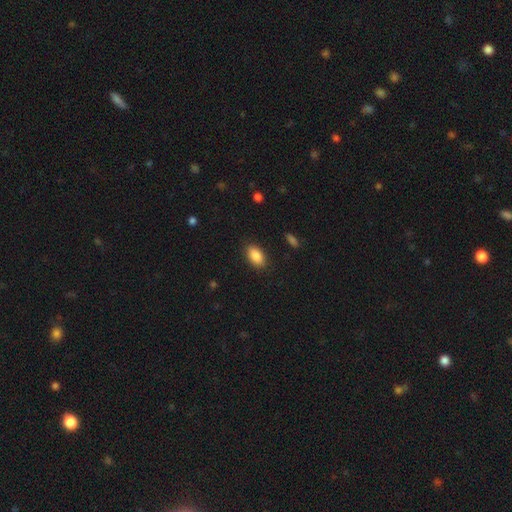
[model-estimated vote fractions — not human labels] Morphology: type=smooth (88%); roundness=in between (92%); merging=none (88%).